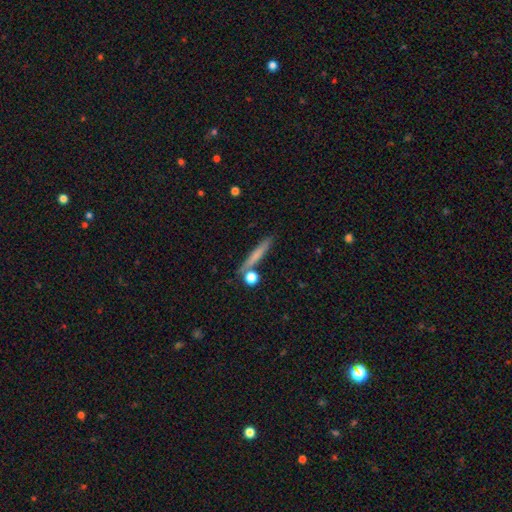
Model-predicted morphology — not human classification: Smooth or featured? smooth (65%)
How rounded? cigar-shaped (90%)
Merging? none (79%)